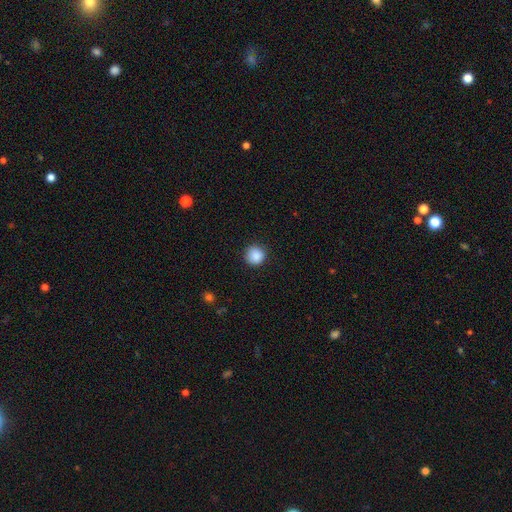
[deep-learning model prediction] smooth_or_featured: smooth (p=0.88) [alt: star or artifact p=0.09]
how_rounded: round (p=0.94) [alt: in between p=0.05]
merging: none (p=0.88) [alt: minor disturbance p=0.08]